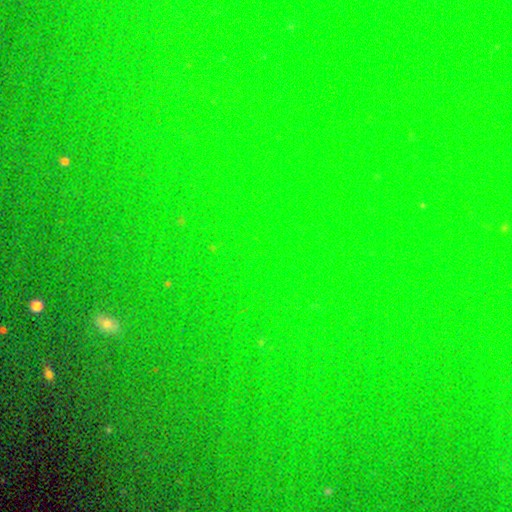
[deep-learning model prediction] Overall: star or artifact (77%).